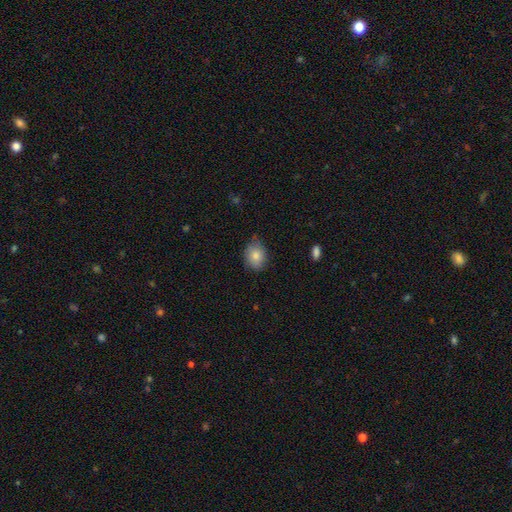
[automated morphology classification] This appears to be a smooth galaxy with no disk features (83%) that is in between round and cigar-shaped (55%). Merging: none (73%).